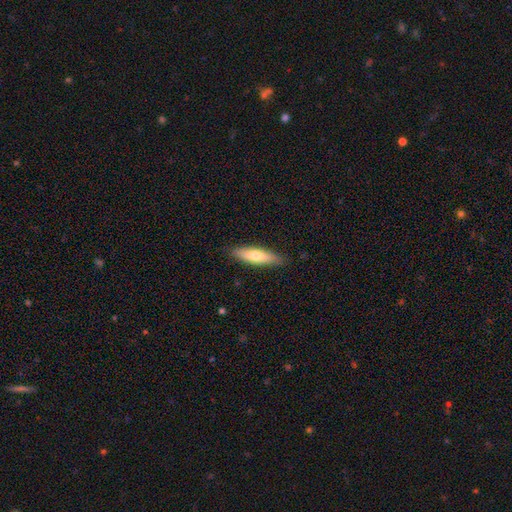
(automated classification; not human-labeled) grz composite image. It shows a smooth galaxy with no disk features (62%) that is cigar-shaped (69%). Merging: none (87%).